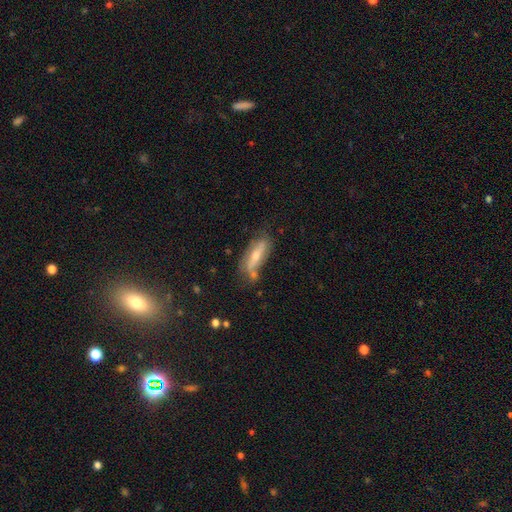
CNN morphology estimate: type=featured or disk (49%); merging=none (59%).